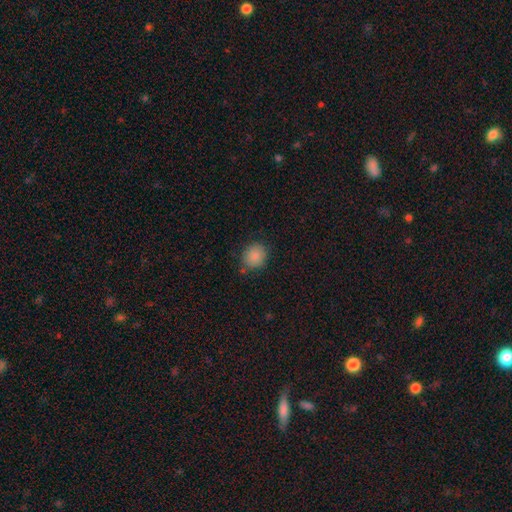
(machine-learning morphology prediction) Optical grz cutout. It shows a smooth galaxy with no disk features (86%) that is round (71%). Merging: none (81%).